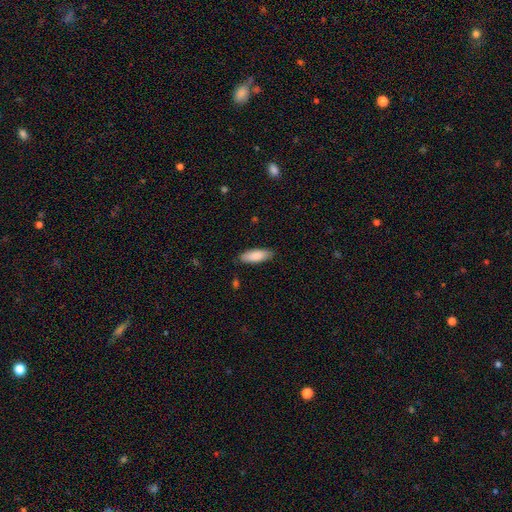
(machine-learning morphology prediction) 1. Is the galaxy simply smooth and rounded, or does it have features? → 86% smooth, 8% featured or disk, 6% star or artifact.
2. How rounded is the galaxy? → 69% in between, 29% cigar-shaped, 1% round.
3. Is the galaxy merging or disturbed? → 85% none, 12% minor disturbance, 2% major disturbance, 1% merger.